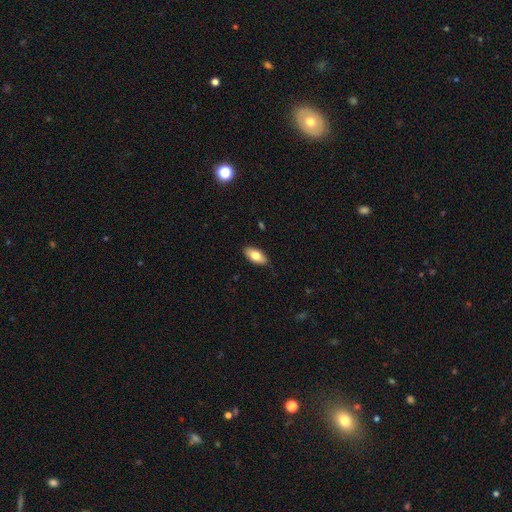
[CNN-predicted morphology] Q: Smooth or featured?
A: smooth (77%); runner-up: featured or disk (17%)
Q: How rounded?
A: in between (92%); runner-up: cigar-shaped (5%)
Q: Merging?
A: none (87%); runner-up: minor disturbance (10%)